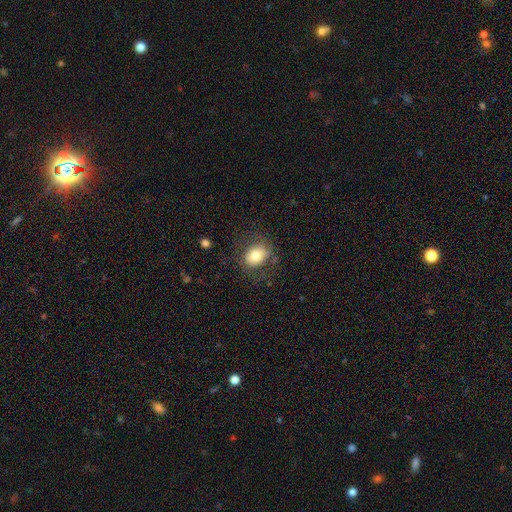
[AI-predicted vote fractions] Overall: smooth (75%). How rounded: in between (51%; round 48%). Merging: none (71%).